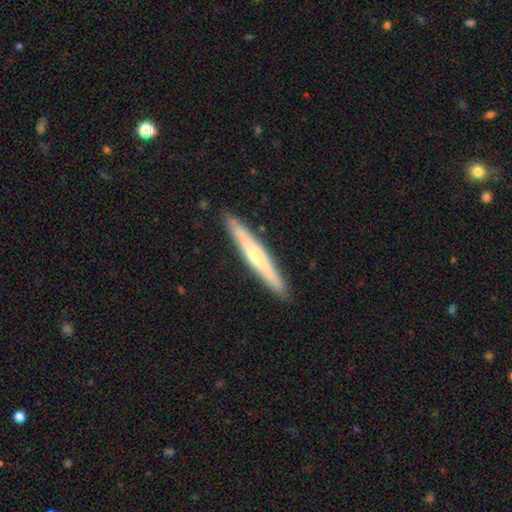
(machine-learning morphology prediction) This is possibly a featured or disk galaxy (51%). It is clearly viewed edge-on (93%). Merging: clearly none (88%).